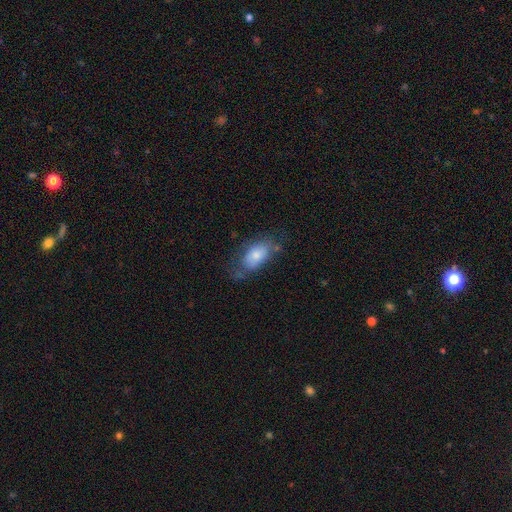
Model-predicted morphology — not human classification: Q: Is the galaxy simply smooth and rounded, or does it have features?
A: smooth — 69%.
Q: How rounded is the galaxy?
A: in between — 89%.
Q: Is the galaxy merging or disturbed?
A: none — 53%.